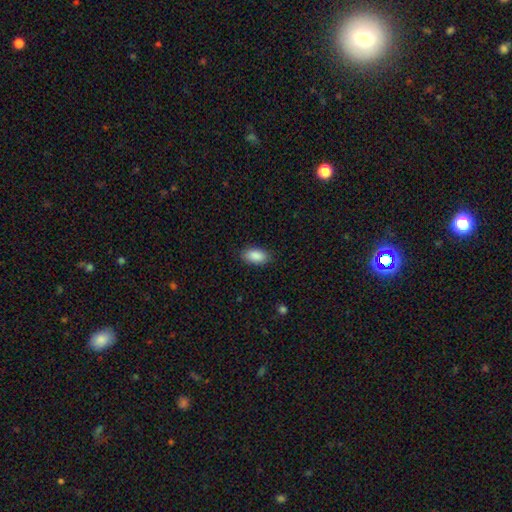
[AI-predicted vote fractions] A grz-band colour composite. It shows a smooth galaxy with no disk features (90%) that is in between round and cigar-shaped (94%). Merging: none (87%).